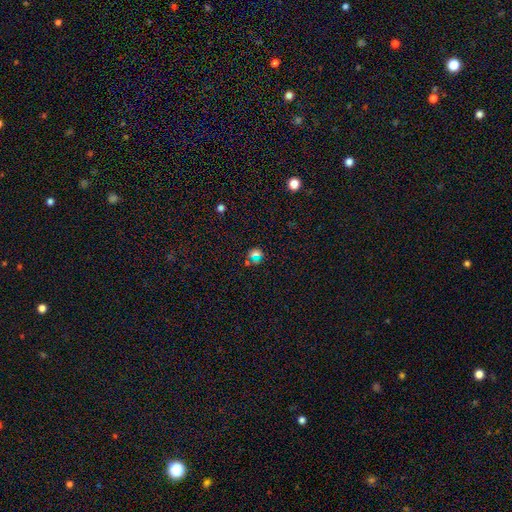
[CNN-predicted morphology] Overall: smooth (51%; star or artifact 36%). How rounded: round (70%). Merging: none (65%).